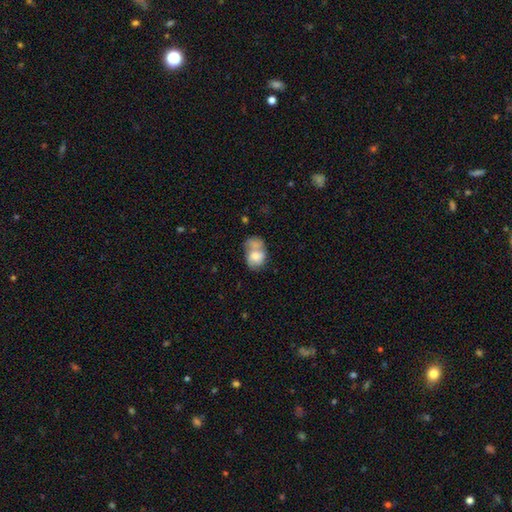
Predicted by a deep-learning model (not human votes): smooth-or-featured: smooth: 61% | featured or disk: 31% | star or artifact: 8%
  how-rounded: in between: 66% | round: 32% | cigar-shaped: 1%
  merging: merger: 45% | none: 22% | minor disturbance: 17% | major disturbance: 15%